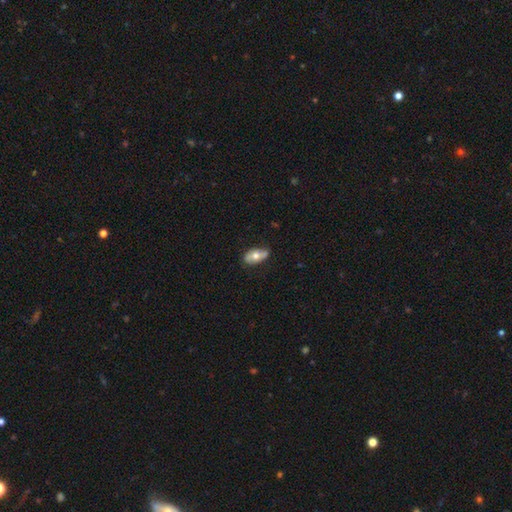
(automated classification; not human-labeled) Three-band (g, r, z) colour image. It shows a smooth galaxy with no disk features (55%) that is in between round and cigar-shaped (91%). Merging: none (73%).